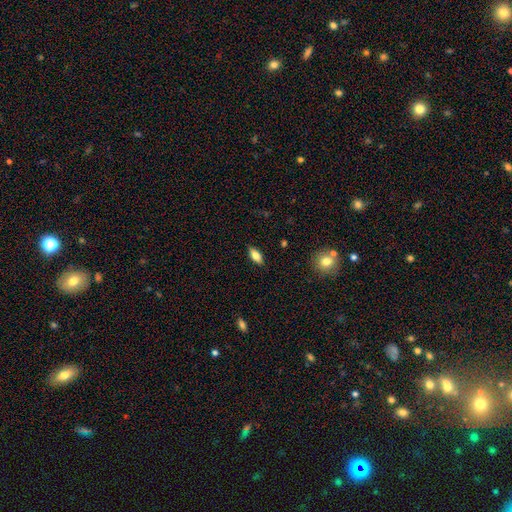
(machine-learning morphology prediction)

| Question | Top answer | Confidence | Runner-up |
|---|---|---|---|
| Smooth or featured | smooth | 72% | featured or disk (20%) |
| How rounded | in between | 82% | cigar-shaped (15%) |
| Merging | none | 87% | minor disturbance (9%) |